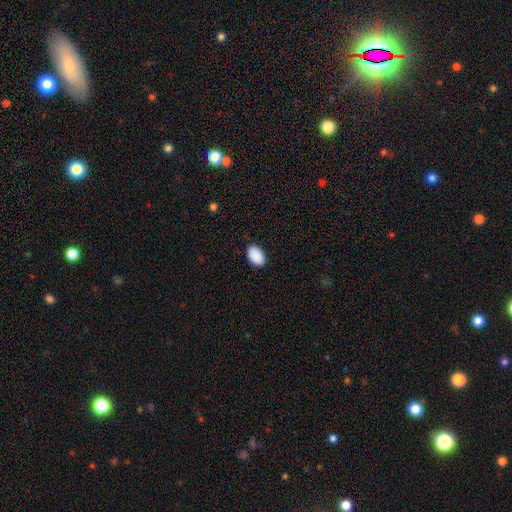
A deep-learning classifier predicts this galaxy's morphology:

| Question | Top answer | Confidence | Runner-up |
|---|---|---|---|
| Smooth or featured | smooth | 91% | star or artifact (6%) |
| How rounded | in between | 92% | round (7%) |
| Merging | none | 89% | minor disturbance (8%) |